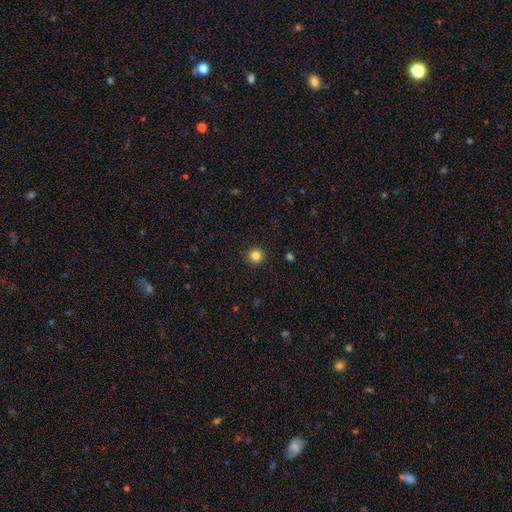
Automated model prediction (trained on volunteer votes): Smooth or featured? smooth (83%)
How rounded? round (94%)
Merging? none (93%)